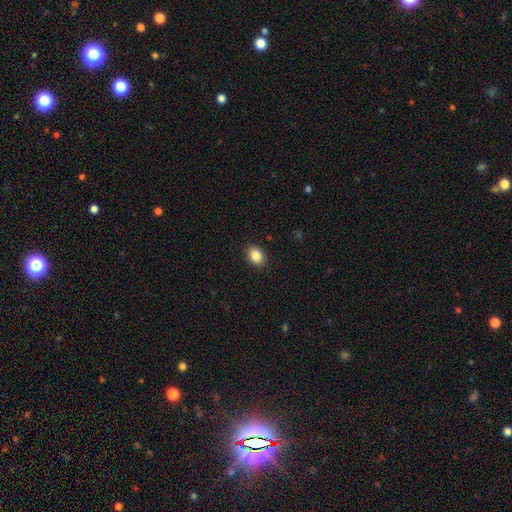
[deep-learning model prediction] A smooth galaxy with no disk features (86%) that is in between round and cigar-shaped (69%). Merging: none (90%).